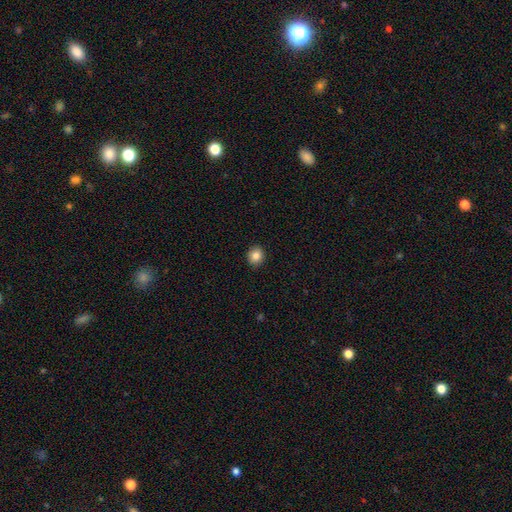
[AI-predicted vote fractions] The model was most divided on "how rounded": round: 78%, in between: 21%, cigar-shaped: 1%. More confident: merging — none (91%); smooth or featured — smooth (84%).